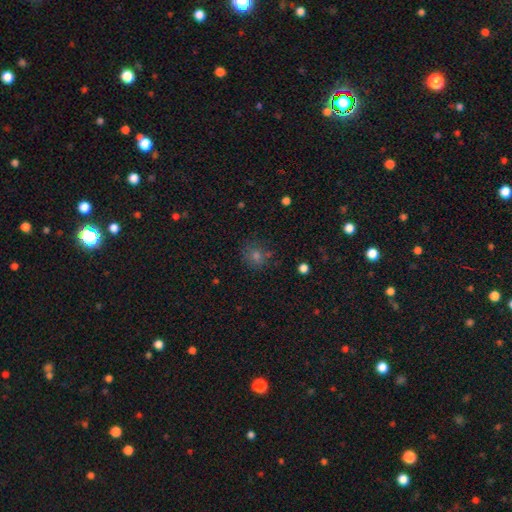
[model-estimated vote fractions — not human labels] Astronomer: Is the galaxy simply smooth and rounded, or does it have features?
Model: smooth — 61%.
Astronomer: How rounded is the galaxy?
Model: round — 83%.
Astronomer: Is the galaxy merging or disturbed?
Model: none — 77%.